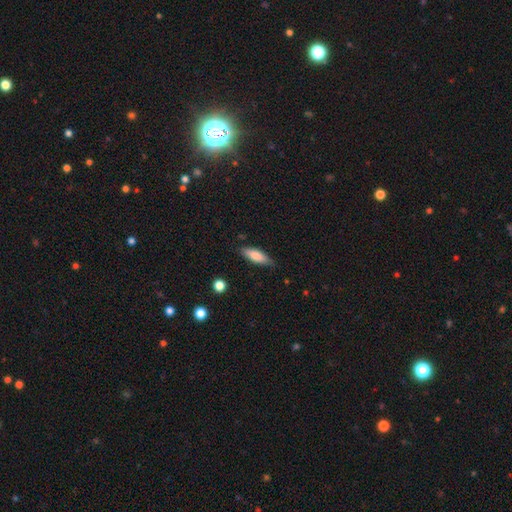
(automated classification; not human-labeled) Overall: smooth (77%). How rounded: in between (56%; cigar-shaped 42%). Merging: none (80%).